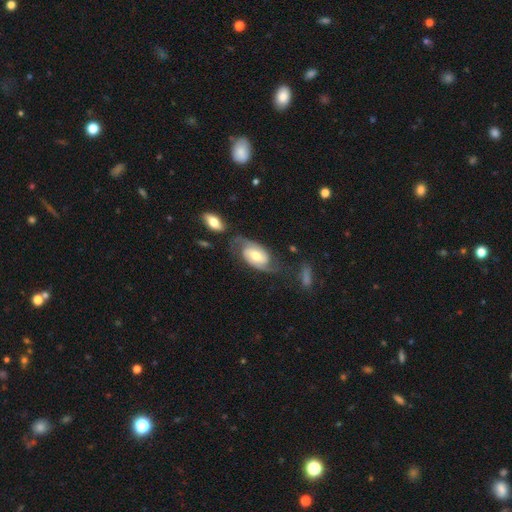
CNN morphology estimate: Smooth or featured? featured or disk (80%)
Edge-on disk? no (96%)
Bar? weak (42%)
Spiral arms? yes (95%)
Spiral winding? medium (47%)
Spiral arm count? 2 (89%)
Bulge size? moderate (58%)
Merging? none (65%)